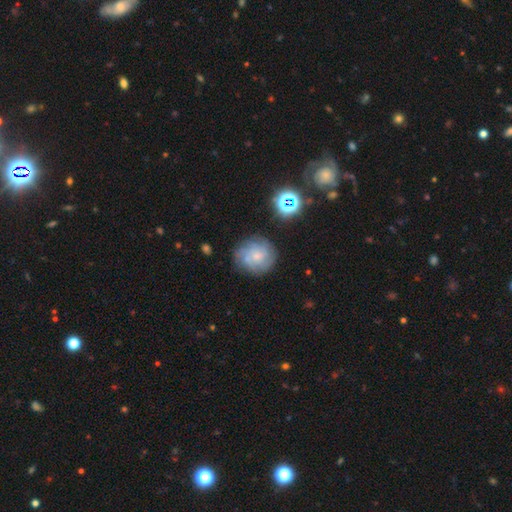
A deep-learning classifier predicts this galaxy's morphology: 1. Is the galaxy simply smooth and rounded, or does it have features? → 49% featured or disk, 39% smooth, 12% star or artifact.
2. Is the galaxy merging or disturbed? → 72% none, 17% minor disturbance, 6% major disturbance, 4% merger.